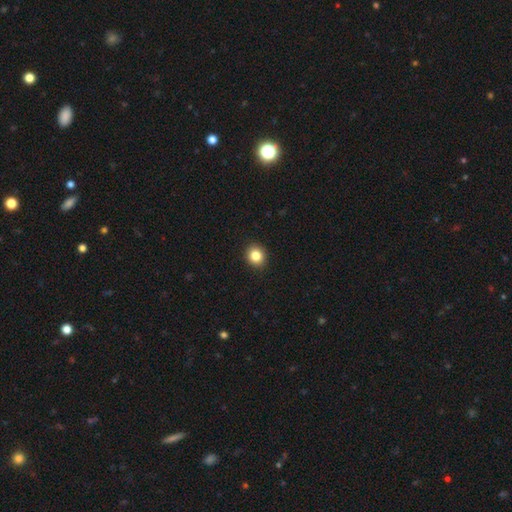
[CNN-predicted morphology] This appears to be a smooth galaxy with no disk features (83%) that is round (83%). Merging: none (92%).